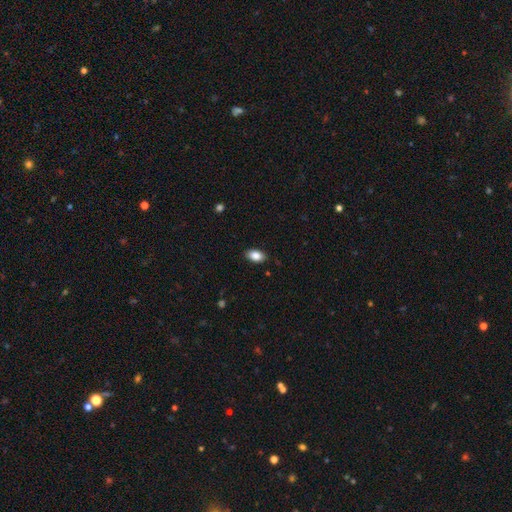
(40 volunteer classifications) Overall: smooth (80%). How rounded: in between (94%). Merging: none (95%).